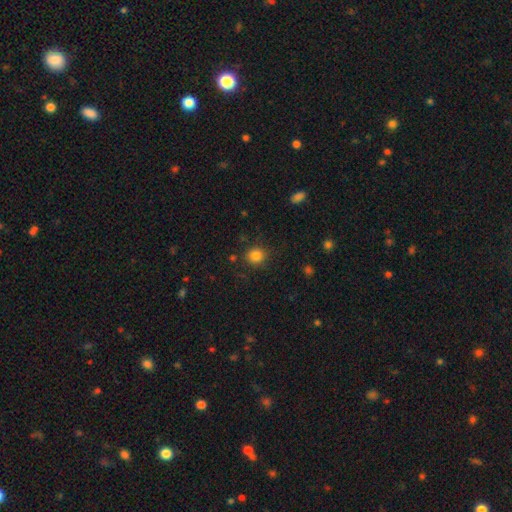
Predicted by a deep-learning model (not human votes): The model was most divided on "smooth or featured": smooth: 83%, star or artifact: 12%, featured or disk: 5%. More confident: how rounded — round (86%); merging — none (86%).